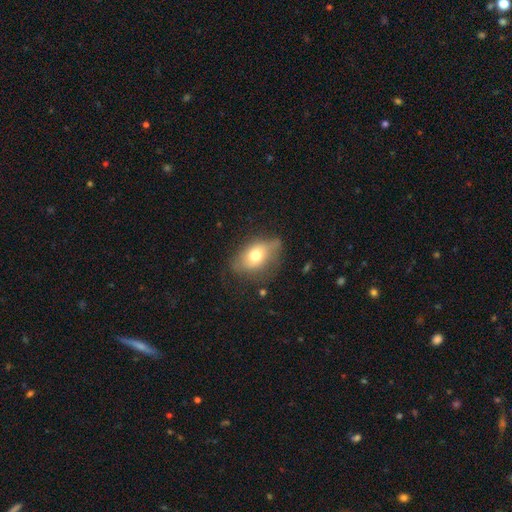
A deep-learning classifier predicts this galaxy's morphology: Q: Smooth or featured?
A: smooth (64%); runner-up: featured or disk (27%)
Q: How rounded?
A: in between (80%); runner-up: round (17%)
Q: Merging?
A: none (54%); runner-up: minor disturbance (31%)